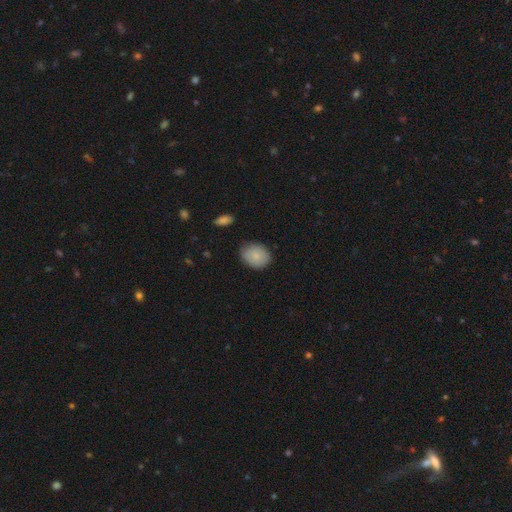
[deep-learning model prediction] Smooth or featured: smooth — 82% (featured or disk — 11%)
How rounded: in between — 50% (round — 49%)
Merging: none — 76% (minor disturbance — 19%)